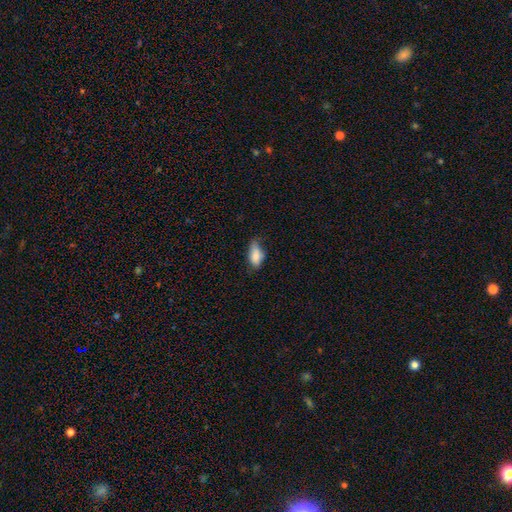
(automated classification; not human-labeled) A smooth galaxy with no disk features (83%) that is in between round and cigar-shaped (87%).

Vote fractions:
- Smooth or featured? smooth: 83% / featured or disk: 9% / star or artifact: 8%
- How rounded? in between: 87% / cigar-shaped: 9% / round: 3%
- Merging? none: 47% / minor disturbance: 41% / major disturbance: 10% / merger: 2%